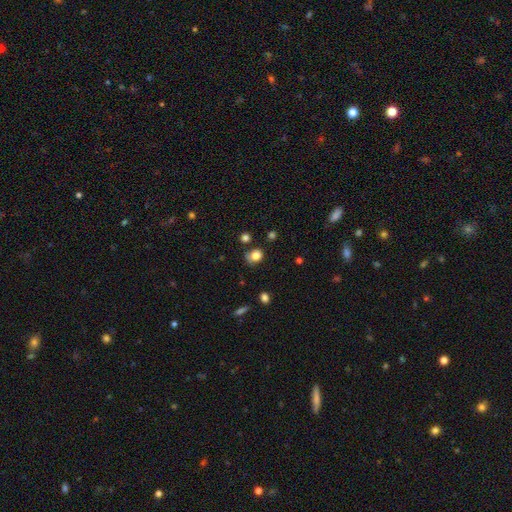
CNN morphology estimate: Smooth or featured? smooth (81%)
How rounded? round (65%)
Merging? none (57%)